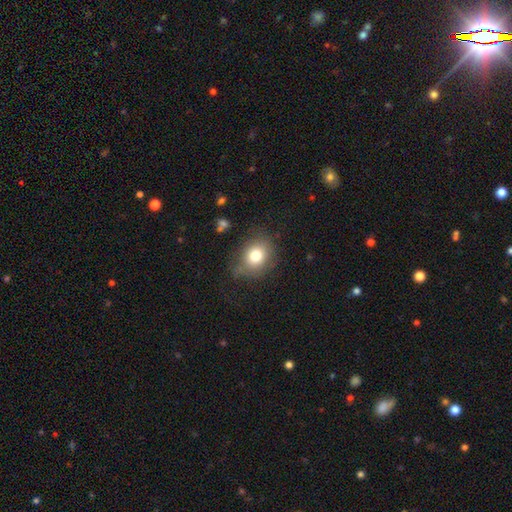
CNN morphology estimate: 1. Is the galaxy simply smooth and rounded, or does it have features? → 77% smooth, 12% featured or disk, 11% star or artifact.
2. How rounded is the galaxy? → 52% round, 47% in between, 1% cigar-shaped.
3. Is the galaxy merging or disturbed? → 69% none, 21% minor disturbance, 8% major disturbance, 2% merger.